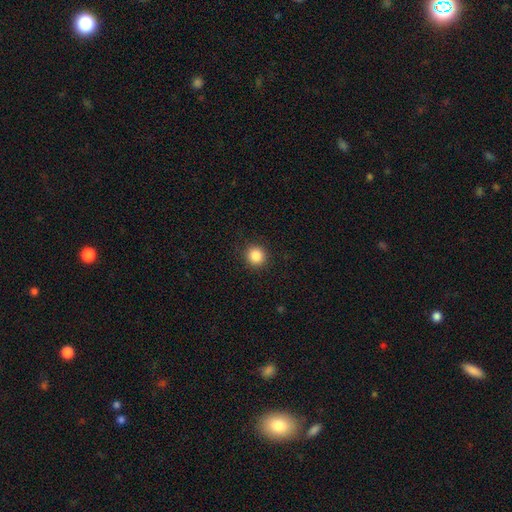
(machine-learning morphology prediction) smooth 86%, star or artifact 10%, featured or disk 4%. Down the decision tree: how rounded — round (92%); merging — none (91%).